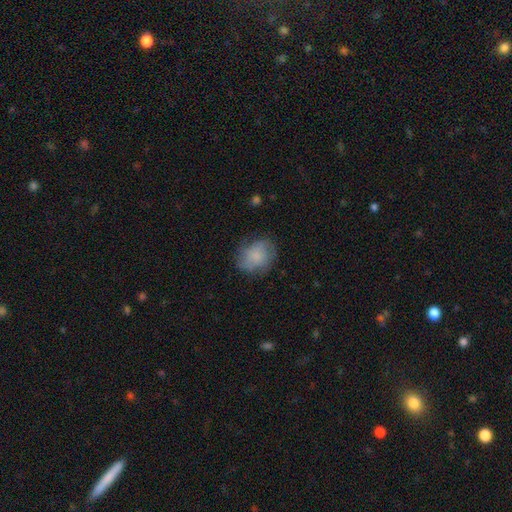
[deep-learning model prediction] Smooth or featured?
  - smooth: 70% *
  - featured or disk: 21%
  - star or artifact: 9%
How rounded?
  - round: 50% *
  - in between: 49%
  - cigar-shaped: 1%
Merging?
  - none: 65% *
  - minor disturbance: 24%
  - major disturbance: 10%
  - merger: 1%